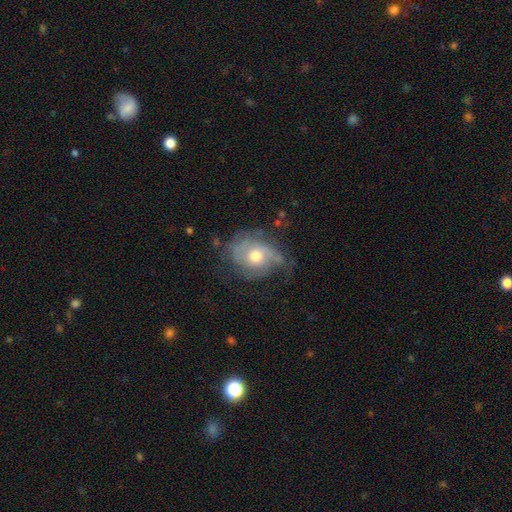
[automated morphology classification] Overall: featured or disk (68%). Edge-on disk: no (96%). Bar: no (80%). Spiral arms: yes (80%). Spiral arm count: can't tell (38%; 2 30%). Spiral winding: tight (45%; medium 37%). Bulge size: moderate (71%). Merging: none (52%; minor disturbance 27%).